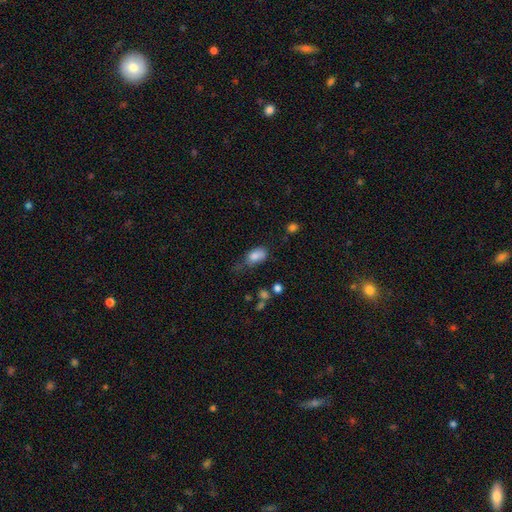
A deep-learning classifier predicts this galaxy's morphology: Overall: smooth (81%). How rounded: in between (85%). Merging: minor disturbance (38%; none 33%).